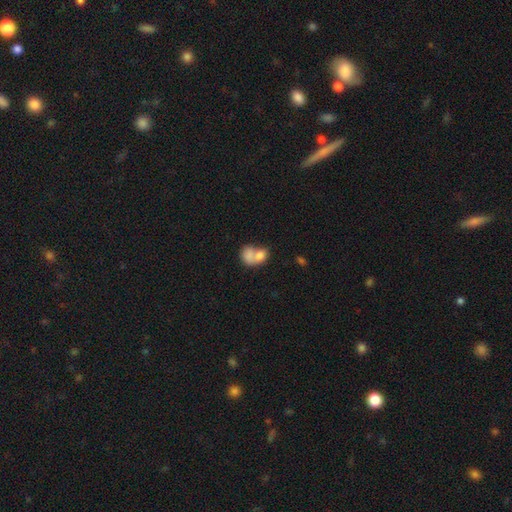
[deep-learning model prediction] The model was most divided on "how rounded": in between: 61%, round: 38%, cigar-shaped: 1%. More confident: smooth or featured — smooth (77%); merging — merger (70%).